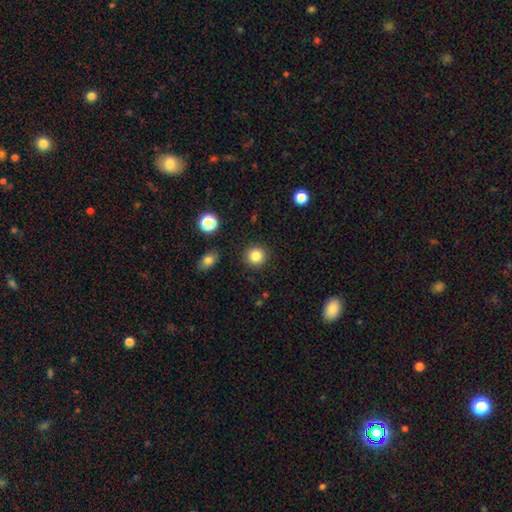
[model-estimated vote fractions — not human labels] smooth_or_featured: smooth (p=0.84) [alt: star or artifact p=0.10]
how_rounded: round (p=0.93) [alt: in between p=0.06]
merging: none (p=0.90) [alt: minor disturbance p=0.06]